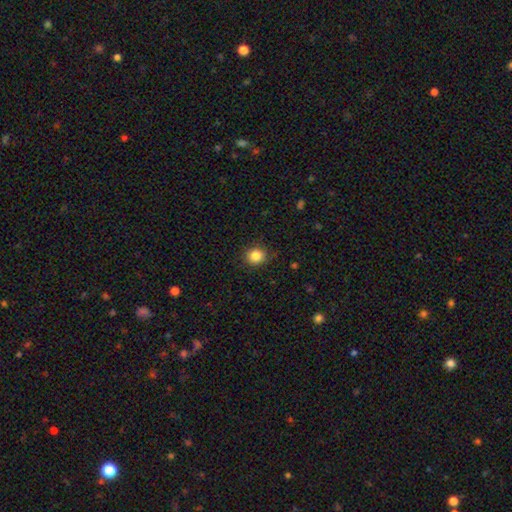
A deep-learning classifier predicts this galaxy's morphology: Smooth or featured: smooth — 84% (star or artifact — 11%)
How rounded: round — 83% (in between — 16%)
Merging: none — 87% (minor disturbance — 9%)